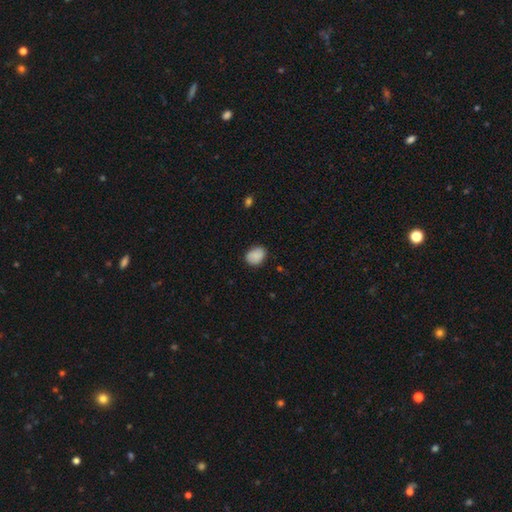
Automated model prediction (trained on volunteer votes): smooth 87%, star or artifact 8%, featured or disk 6%. Down the decision tree: how rounded — in between (61%); merging — none (79%).